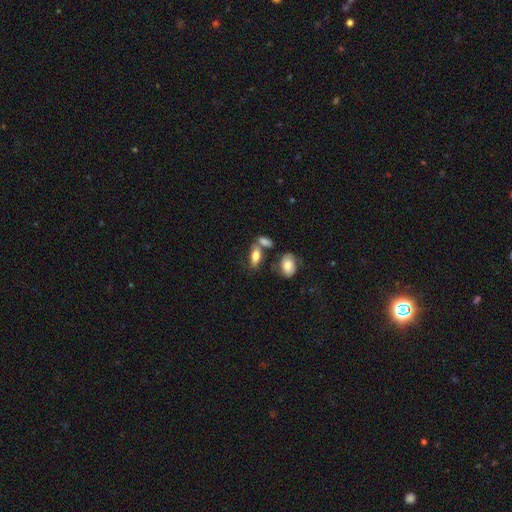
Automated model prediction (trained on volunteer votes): The model was most divided on "merging": none: 54%, merger: 25%, minor disturbance: 15%, major disturbance: 6%. More confident: how rounded — in between (77%); smooth or featured — smooth (71%).